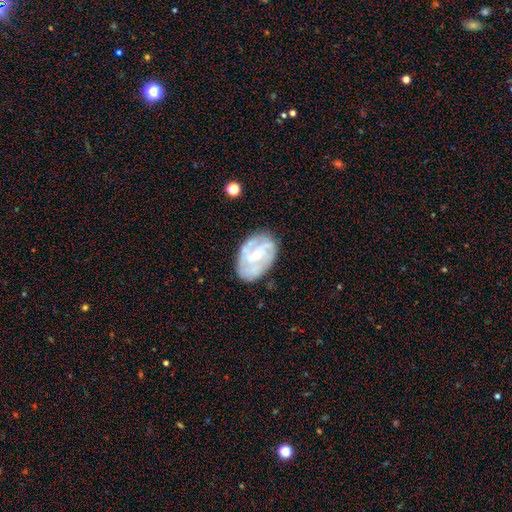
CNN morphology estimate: The model was most divided on "spiral winding": tight: 46%, medium: 37%, loose: 17%. Remaining: edge-on disk — no (97%); spiral arms — yes (80%); smooth or featured — featured or disk (74%); merging — none (72%); bulge size — small (67%); bar — no (58%); spiral arm count — can't tell (41%).